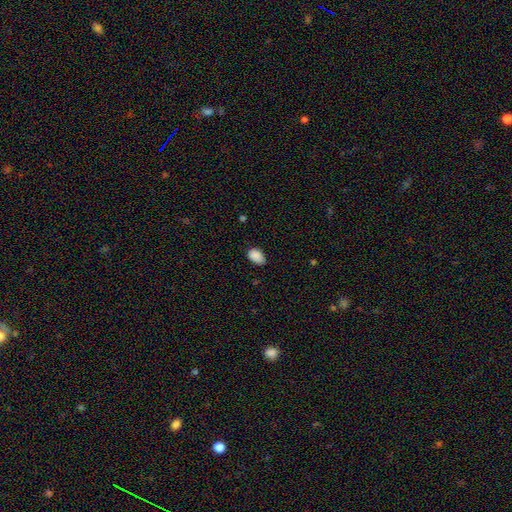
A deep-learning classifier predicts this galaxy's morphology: Smooth or featured? Predicted: smooth (p=0.89). How rounded? Predicted: in between (p=0.87). Merging? Predicted: none (p=0.73).